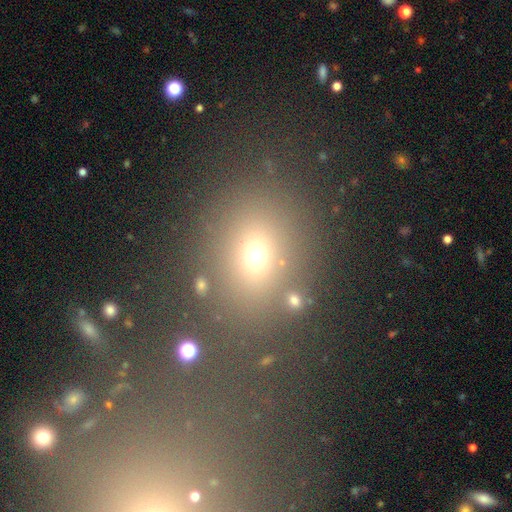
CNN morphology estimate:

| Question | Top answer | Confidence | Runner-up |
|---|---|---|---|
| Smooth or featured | smooth | 61% | star or artifact (28%) |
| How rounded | round | 57% | in between (42%) |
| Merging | none | 78% | minor disturbance (10%) |